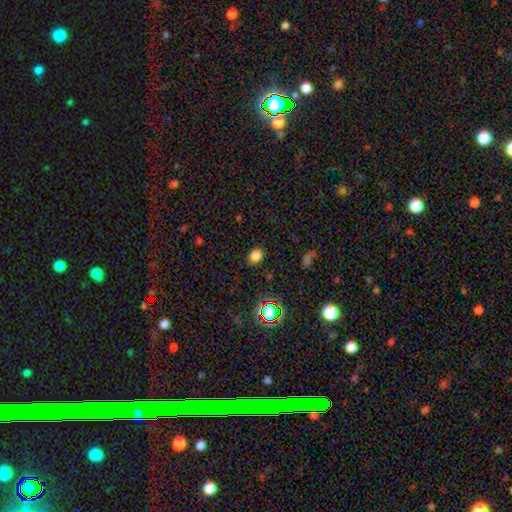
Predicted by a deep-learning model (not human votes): Overall: smooth (77%). How rounded: in between (54%; round 45%). Merging: none (85%).